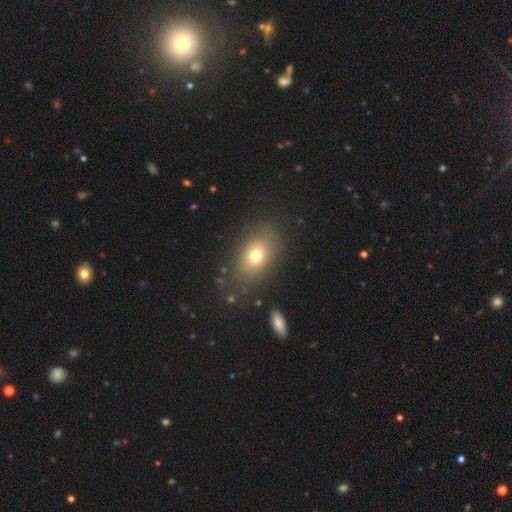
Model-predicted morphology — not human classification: A smooth galaxy with no disk features (72%) that is in between round and cigar-shaped (76%).

Vote fractions:
- Smooth or featured? smooth: 72% / featured or disk: 15% / star or artifact: 12%
- How rounded? in between: 76% / round: 22% / cigar-shaped: 2%
- Merging? none: 81% / minor disturbance: 12% / major disturbance: 6% / merger: 2%